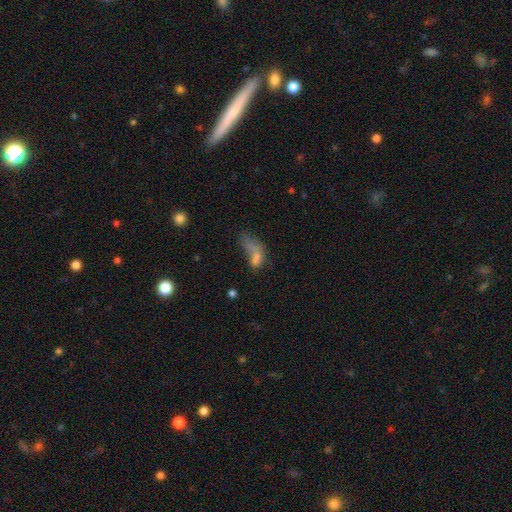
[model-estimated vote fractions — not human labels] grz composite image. It shows a smooth galaxy with no disk features (65%) that is in between round and cigar-shaped (81%). Merging: major disturbance (50%).